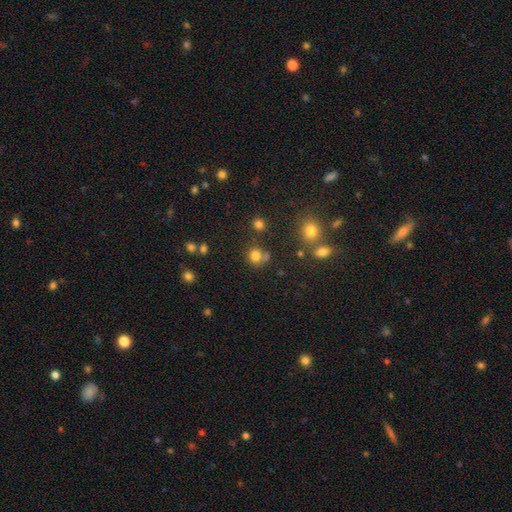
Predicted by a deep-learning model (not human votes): This is likely a smooth galaxy (77%). How rounded: clearly round (85%). Merging: likely none (64%).